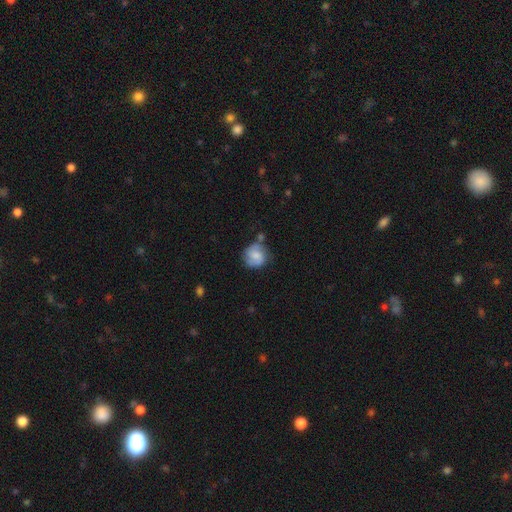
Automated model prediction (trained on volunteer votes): Morphology: type=smooth (54%); roundness=round (81%); merging=none (60%).